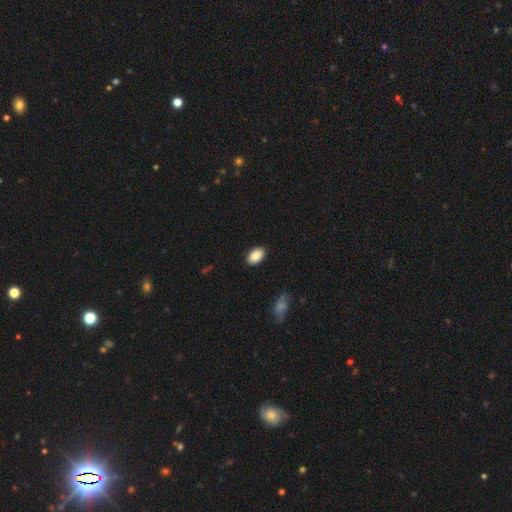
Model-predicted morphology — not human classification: A smooth galaxy with no disk features (88%) that is in between round and cigar-shaped (91%). Merging: none (89%).